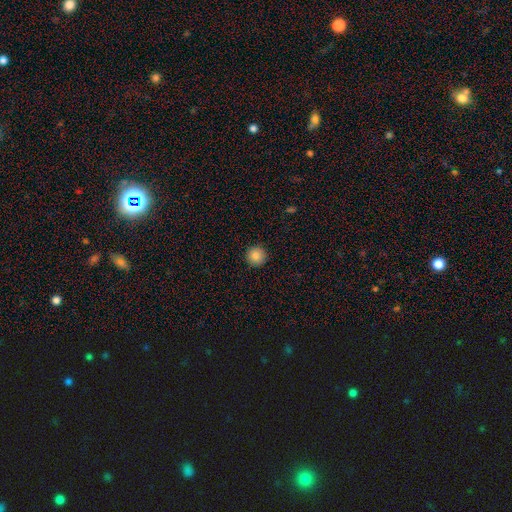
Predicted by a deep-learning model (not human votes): The model was most divided on "smooth or featured": smooth: 85%, star or artifact: 10%, featured or disk: 5%. More confident: how rounded — round (96%); merging — none (92%).